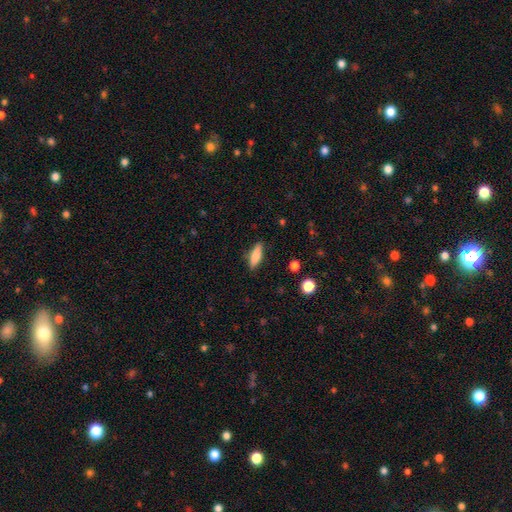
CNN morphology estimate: smooth_or_featured: smooth (p=0.72) [alt: featured or disk p=0.21]
how_rounded: cigar-shaped (p=0.51) [alt: in between p=0.46]
merging: none (p=0.85) [alt: minor disturbance p=0.11]